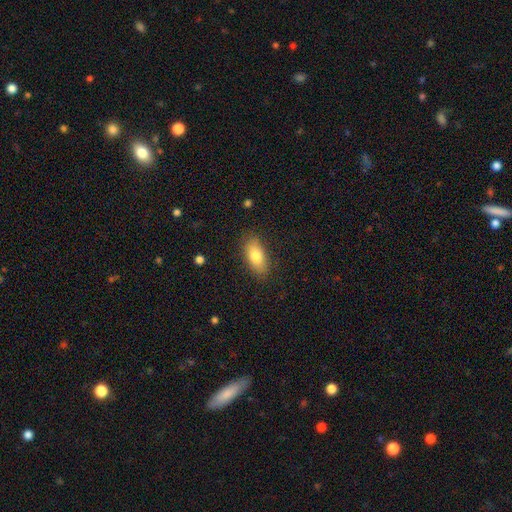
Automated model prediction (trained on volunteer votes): A smooth galaxy with no disk features (79%) that is in between round and cigar-shaped (85%). Merging: none (84%).